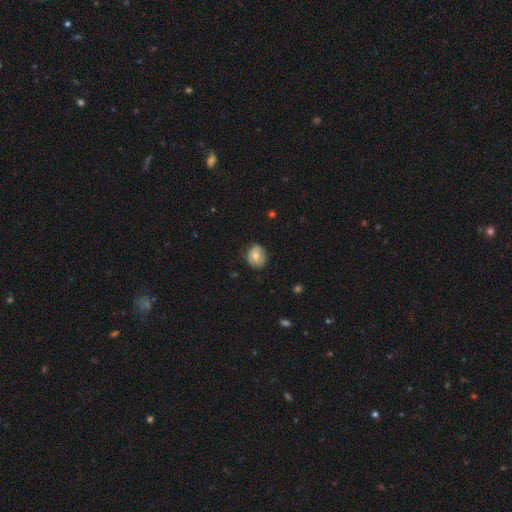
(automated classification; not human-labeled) Smooth or featured: smooth — 65% (featured or disk — 27%)
How rounded: round — 74% (in between — 25%)
Merging: none — 78% (minor disturbance — 18%)